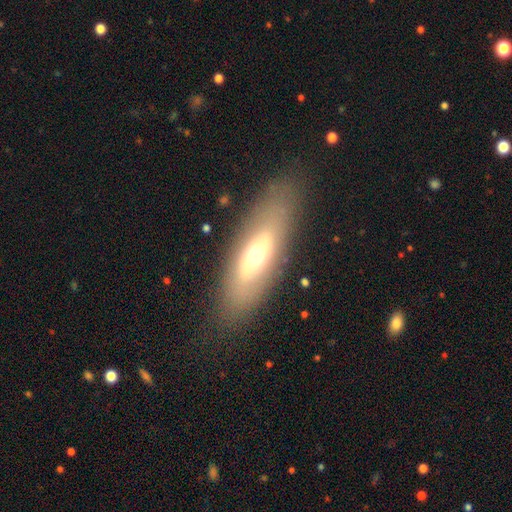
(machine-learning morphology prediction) smooth_or_featured: smooth (p=0.46) [tied with: featured or disk p=0.46]
merging: none (p=0.81) [alt: minor disturbance p=0.12]